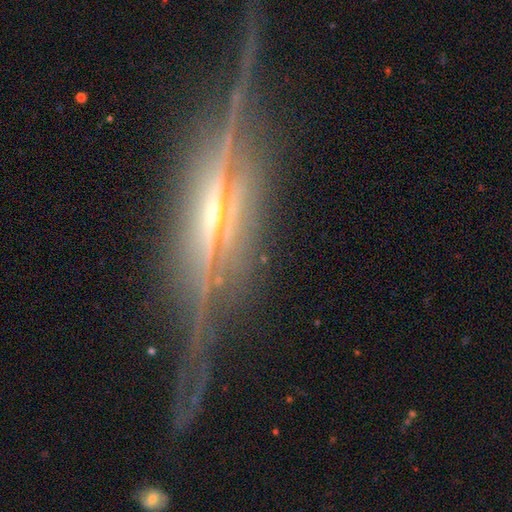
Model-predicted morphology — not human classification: A featured or disk galaxy (88%) viewed edge-on (95%) with a rounded central bulge (66%).

Vote fractions:
- Smooth or featured? featured or disk: 88% / star or artifact: 8% / smooth: 5%
- Edge-on disk? yes: 95% / no: 5%
- Edge-on bulge? rounded: 66% / boxy: 20% / none: 14%
- Merging? none: 76% / minor disturbance: 15% / major disturbance: 7% / merger: 2%